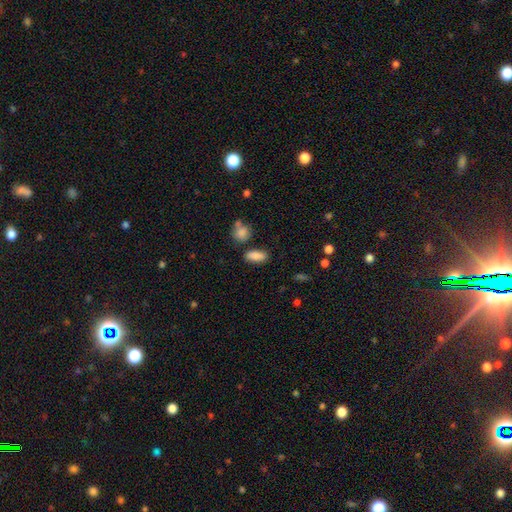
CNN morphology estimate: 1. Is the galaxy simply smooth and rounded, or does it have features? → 86% smooth, 8% star or artifact, 7% featured or disk.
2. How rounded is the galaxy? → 84% in between, 11% cigar-shaped, 5% round.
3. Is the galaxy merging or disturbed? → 77% none, 12% minor disturbance, 8% merger, 3% major disturbance.